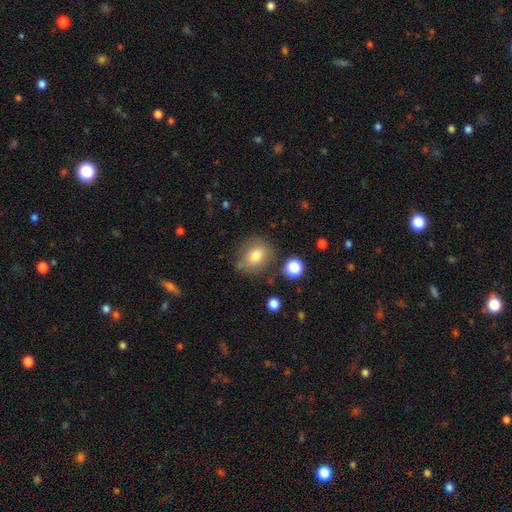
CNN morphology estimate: Overall: smooth (77%). How rounded: round (58%; in between 41%). Merging: none (67%).